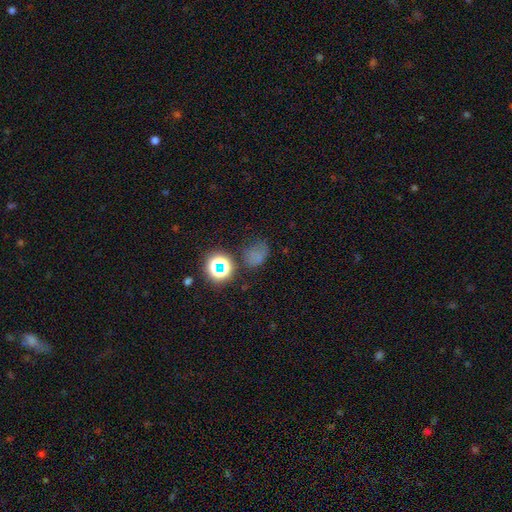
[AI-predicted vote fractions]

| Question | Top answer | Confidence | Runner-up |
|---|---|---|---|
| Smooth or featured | smooth | 55% | star or artifact (34%) |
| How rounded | round | 50% | in between (48%) |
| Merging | none | 53% | minor disturbance (24%) |